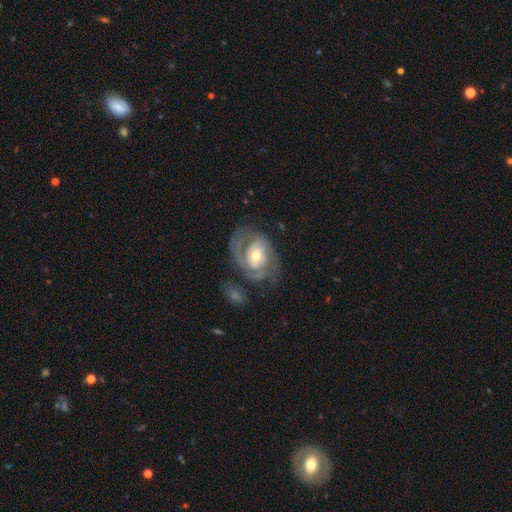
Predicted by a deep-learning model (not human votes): Smooth or featured: featured or disk — 86% (smooth — 9%)
Edge-on disk: no — 97% (yes — 3%)
Bar: no — 62% (weak — 28%)
Spiral arms: yes — 94% (no — 6%)
Spiral winding: tight — 53% (medium — 37%)
Spiral arm count: 2 — 58% (3 — 15%)
Bulge size: moderate — 58% (small — 36%)
Merging: none — 61% (minor disturbance — 20%)